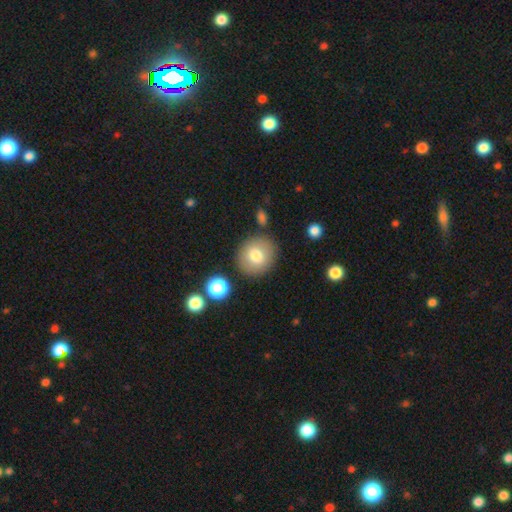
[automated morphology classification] The model was most divided on "smooth or featured": smooth: 78%, featured or disk: 13%, star or artifact: 9%. More confident: how rounded — round (83%); merging — none (83%).